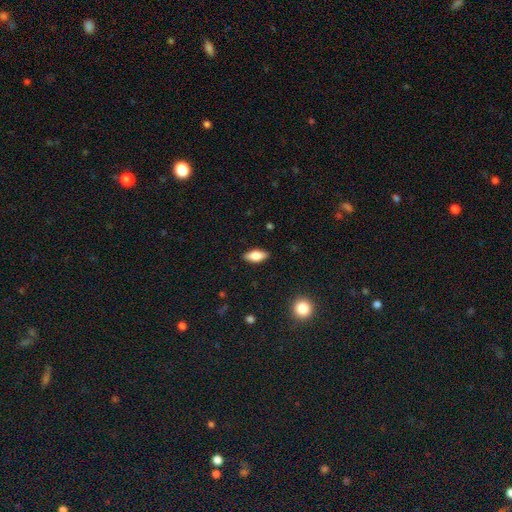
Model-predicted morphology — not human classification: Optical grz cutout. It shows a smooth galaxy with no disk features (80%) that is in between round and cigar-shaped (85%). Merging: none (87%).